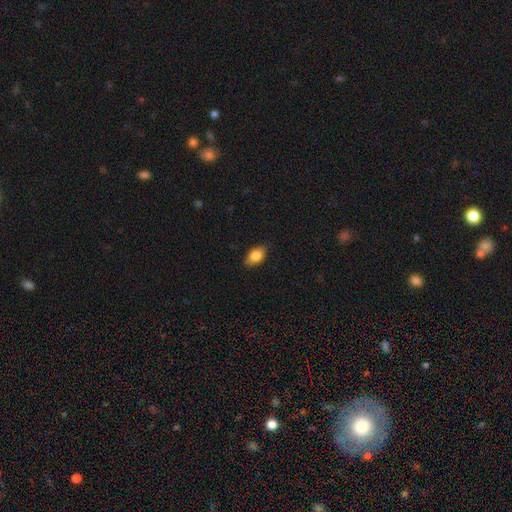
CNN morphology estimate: smooth 85%, featured or disk 8%, star or artifact 7%. Down the decision tree: how rounded — in between (89%); merging — none (84%).